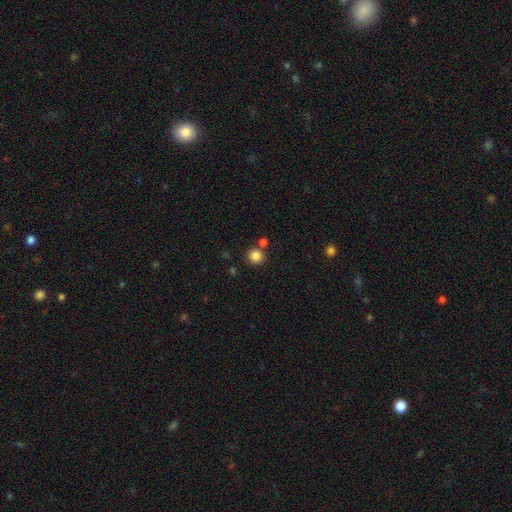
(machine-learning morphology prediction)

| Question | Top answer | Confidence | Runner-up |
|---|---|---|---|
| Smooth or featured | smooth | 85% | star or artifact (11%) |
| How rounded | round | 91% | in between (8%) |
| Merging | none | 77% | merger (12%) |